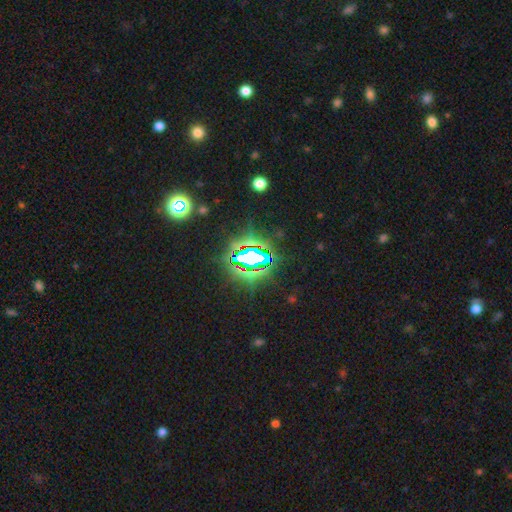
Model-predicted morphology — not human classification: This appears to be a star or artifact, not a galaxy (74%).